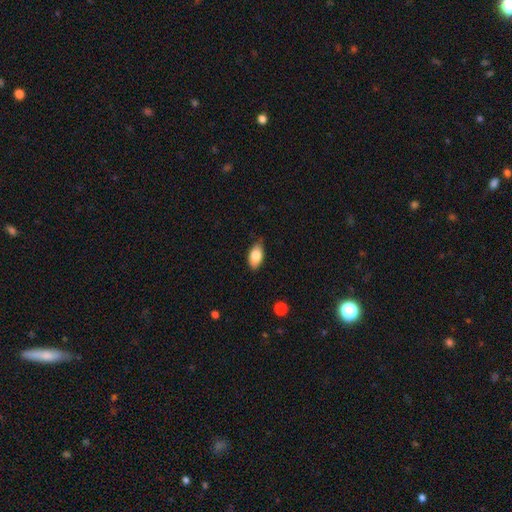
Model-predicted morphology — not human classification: Smooth or featured?
  - smooth: 82% *
  - featured or disk: 11%
  - star or artifact: 7%
How rounded?
  - in between: 92% *
  - round: 4%
  - cigar-shaped: 4%
Merging?
  - none: 77% *
  - minor disturbance: 19%
  - major disturbance: 3%
  - merger: 1%